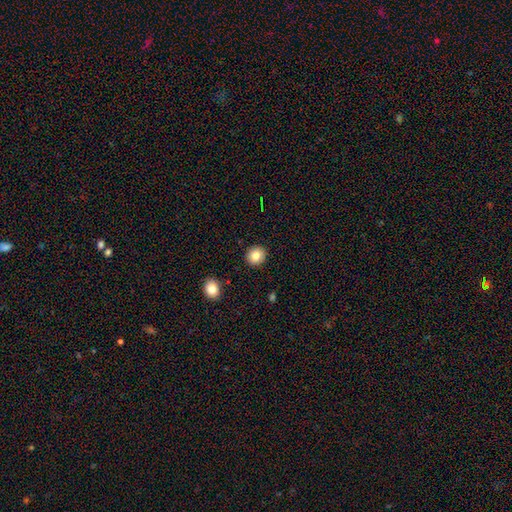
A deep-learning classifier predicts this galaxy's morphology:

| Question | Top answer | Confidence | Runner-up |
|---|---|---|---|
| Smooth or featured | smooth | 82% | star or artifact (9%) |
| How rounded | round | 89% | in between (10%) |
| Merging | none | 92% | minor disturbance (5%) |